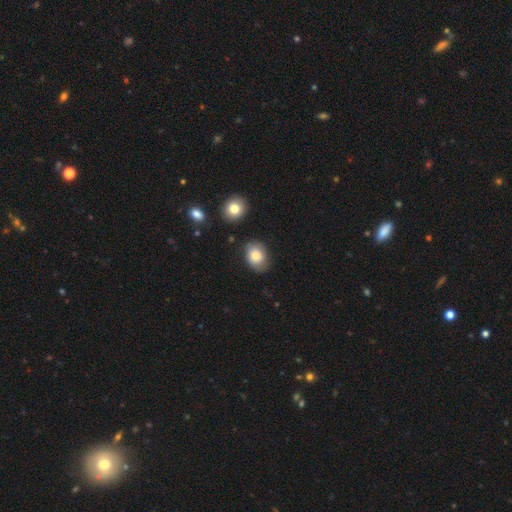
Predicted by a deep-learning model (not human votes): Smooth or featured? smooth (81%)
How rounded? in between (61%)
Merging? none (78%)